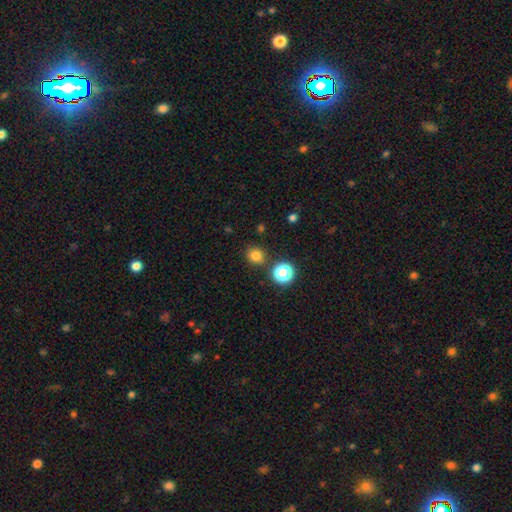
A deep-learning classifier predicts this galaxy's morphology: Smooth or featured: smooth — 79% (star or artifact — 16%)
How rounded: round — 86% (in between — 13%)
Merging: none — 85% (minor disturbance — 8%)